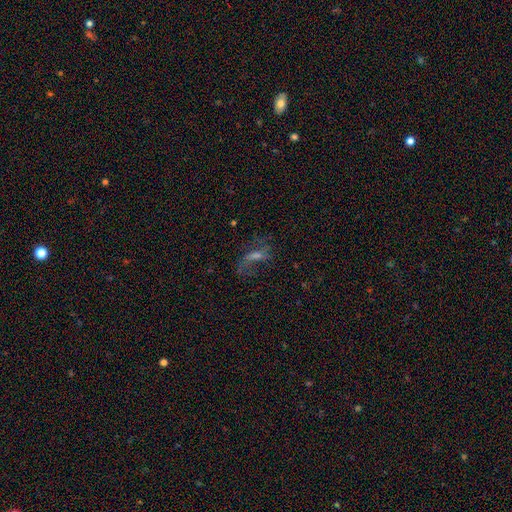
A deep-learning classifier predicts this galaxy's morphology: Smooth or featured?
  - featured or disk: 57% *
  - smooth: 23%
  - star or artifact: 20%
Edge-on disk?
  - no: 89% *
  - yes: 11%
Bar?
  - weak: 42% *
  - no: 40%
  - strong: 18%
Spiral arms?
  - yes: 73% *
  - no: 27%
Bulge size?
  - small: 40% *
  - moderate: 34%
  - none: 19%
  - large: 5%
  - dominant: 2%
Merging?
  - none: 51% *
  - major disturbance: 28%
  - minor disturbance: 18%
  - merger: 3%